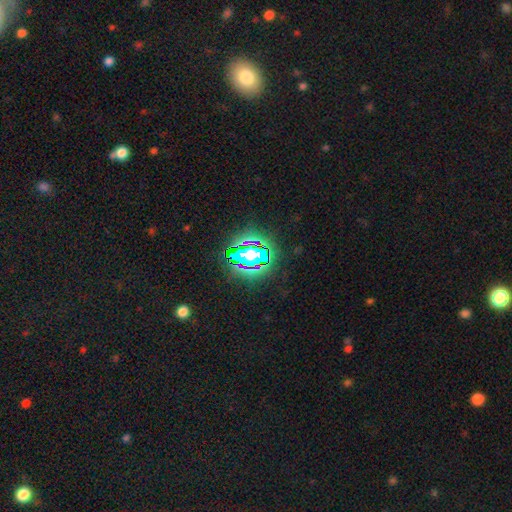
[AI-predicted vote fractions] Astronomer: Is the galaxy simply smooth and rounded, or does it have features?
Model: star or artifact — 76%.